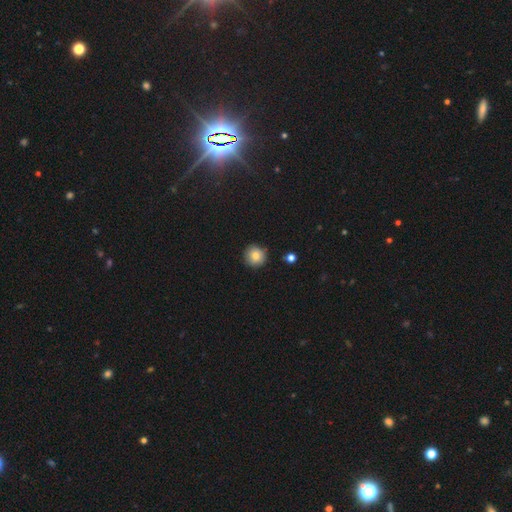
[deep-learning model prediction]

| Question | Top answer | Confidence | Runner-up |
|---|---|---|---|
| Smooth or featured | smooth | 83% | star or artifact (10%) |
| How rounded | round | 94% | in between (5%) |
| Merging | none | 88% | minor disturbance (9%) |